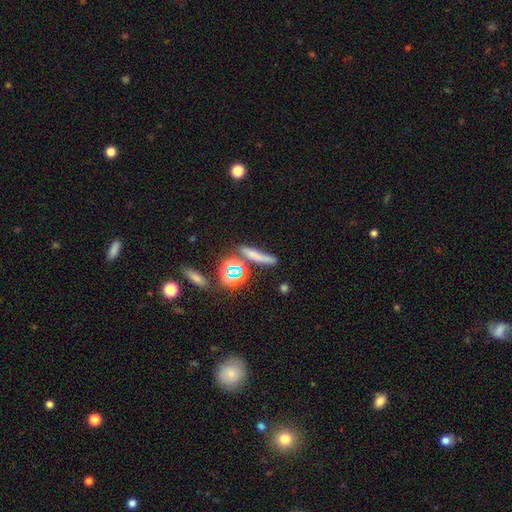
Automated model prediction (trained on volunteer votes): Q: Smooth or featured?
A: smooth (61%); runner-up: star or artifact (23%)
Q: How rounded?
A: cigar-shaped (72%); runner-up: in between (15%)
Q: Merging?
A: none (63%); runner-up: minor disturbance (15%)